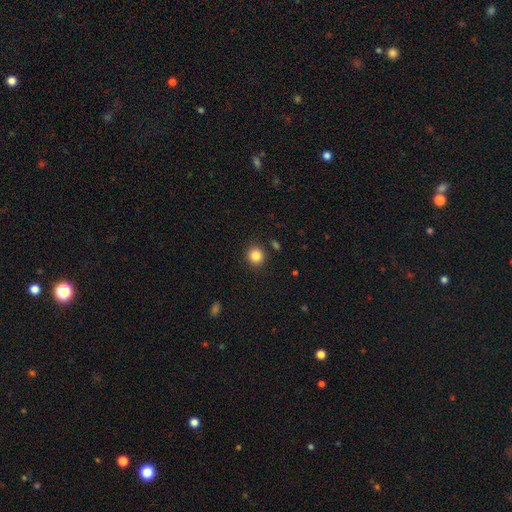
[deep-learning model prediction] A smooth galaxy with no disk features (85%) that is round (90%).

Vote fractions:
- Smooth or featured? smooth: 85% / star or artifact: 11% / featured or disk: 4%
- How rounded? round: 90% / in between: 9% / cigar-shaped: 1%
- Merging? none: 89% / minor disturbance: 7% / major disturbance: 2% / merger: 2%